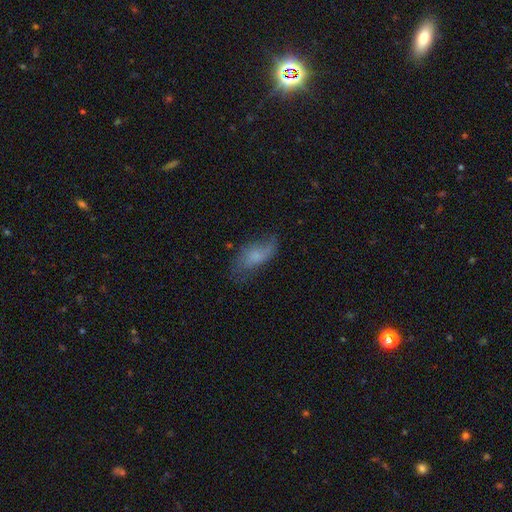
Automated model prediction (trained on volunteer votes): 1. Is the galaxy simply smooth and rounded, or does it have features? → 52% smooth, 39% featured or disk, 9% star or artifact.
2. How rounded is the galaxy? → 86% in between, 10% cigar-shaped, 4% round.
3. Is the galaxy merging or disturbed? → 57% none, 27% minor disturbance, 14% major disturbance, 2% merger.